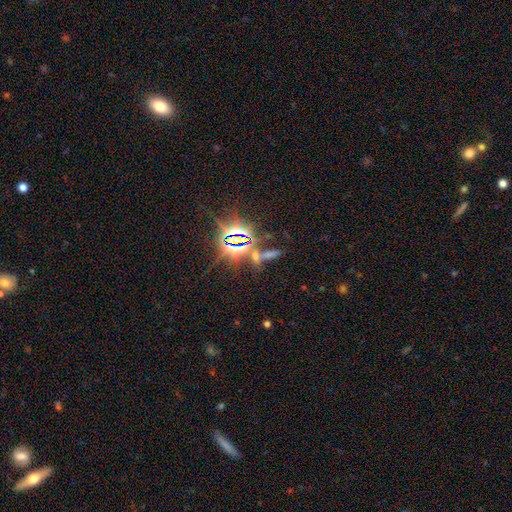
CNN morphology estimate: Smooth or featured? star or artifact (63%)